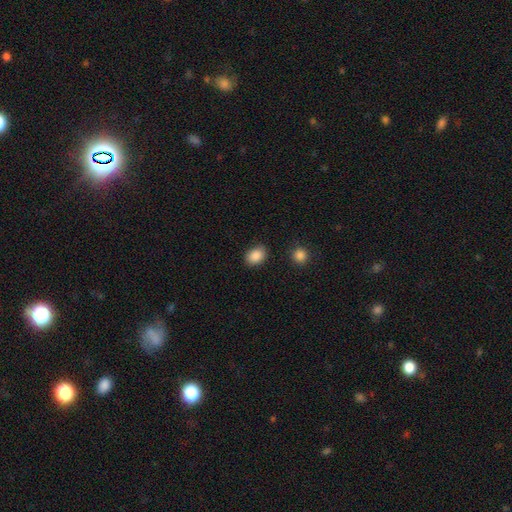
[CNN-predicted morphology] This is clearly a smooth galaxy (88%). How rounded: likely in between (74%). Merging: clearly none (84%).